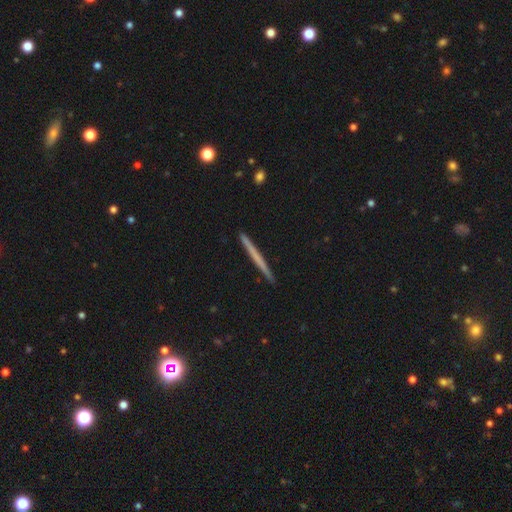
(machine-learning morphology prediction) Smooth or featured: smooth — 50% (featured or disk — 45%)
Merging: none — 93% (minor disturbance — 5%)